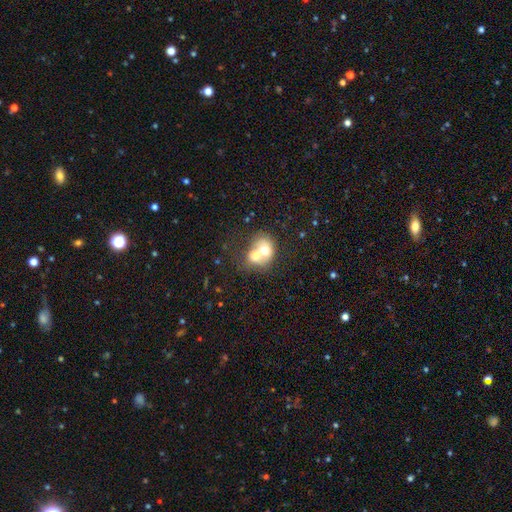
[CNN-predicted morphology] Overall: smooth (61%; featured or disk 31%). How rounded: round (56%; in between 43%). Merging: merger (76%).